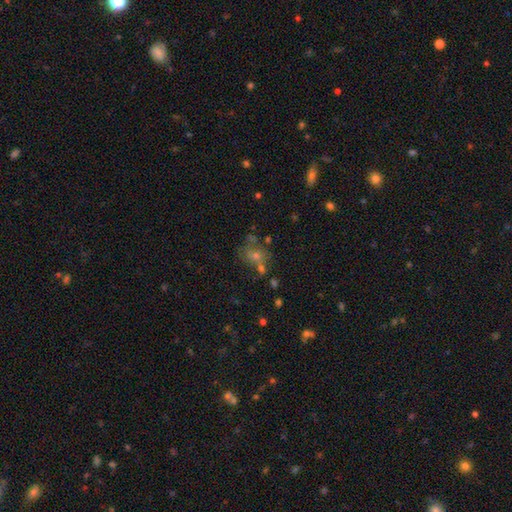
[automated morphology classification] Smooth or featured: smooth — 39% (star or artifact — 33%)
Merging: none — 54% (merger — 18%)